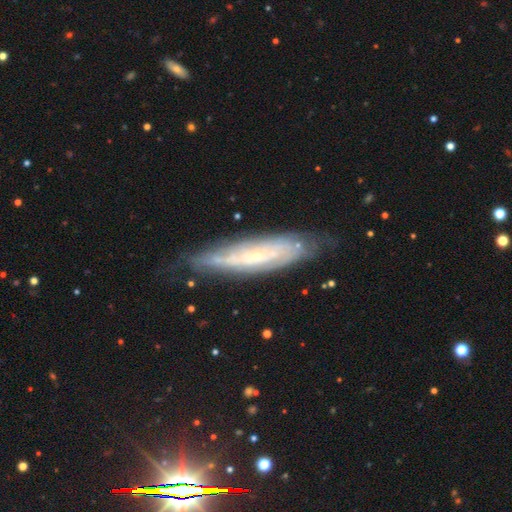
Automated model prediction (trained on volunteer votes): Q: Smooth or featured?
A: featured or disk (70%); runner-up: smooth (22%)
Q: Edge-on disk?
A: no (59%); runner-up: yes (41%)
Q: Merging?
A: none (73%); runner-up: minor disturbance (20%)